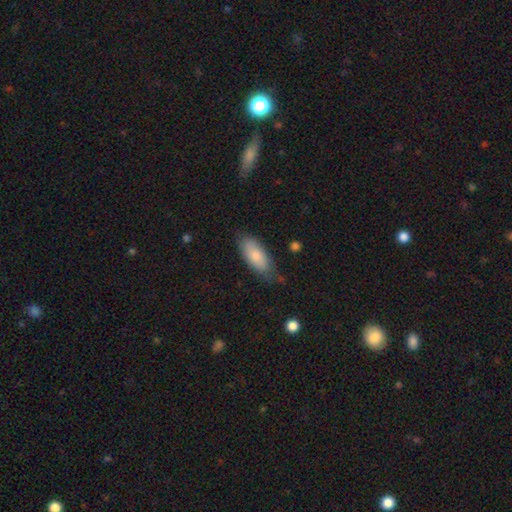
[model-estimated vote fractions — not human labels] Smooth or featured: smooth — 80% (featured or disk — 14%)
How rounded: in between — 85% (cigar-shaped — 13%)
Merging: none — 65% (minor disturbance — 26%)